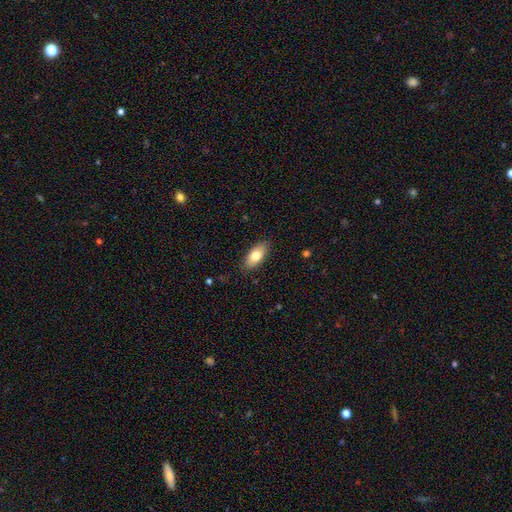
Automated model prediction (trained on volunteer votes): Smooth or featured? smooth (78%)
How rounded? in between (86%)
Merging? none (87%)